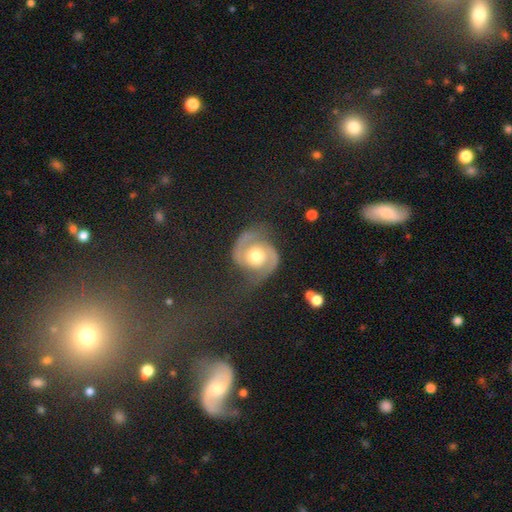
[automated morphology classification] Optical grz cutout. It shows a featured or disk galaxy (87%) with no bar (71%), 2 (94%) medium (52%) spiral arms (97%) and a moderate central bulge (70%). Merging: none (72%).